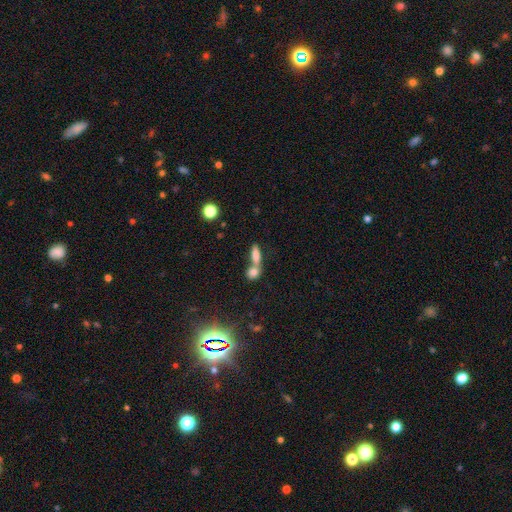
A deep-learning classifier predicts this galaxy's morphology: smooth-or-featured: smooth: 77% | featured or disk: 13% | star or artifact: 10%
  how-rounded: in between: 59% | cigar-shaped: 30% | round: 11%
  merging: merger: 57% | none: 32% | minor disturbance: 7% | major disturbance: 4%